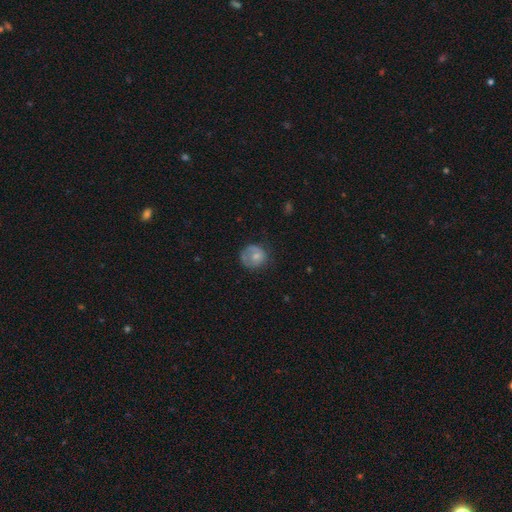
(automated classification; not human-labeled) The model was most divided on "merging": none: 52%, minor disturbance: 27%, major disturbance: 19%, merger: 2%. More confident: how rounded — round (80%); smooth or featured — smooth (64%).